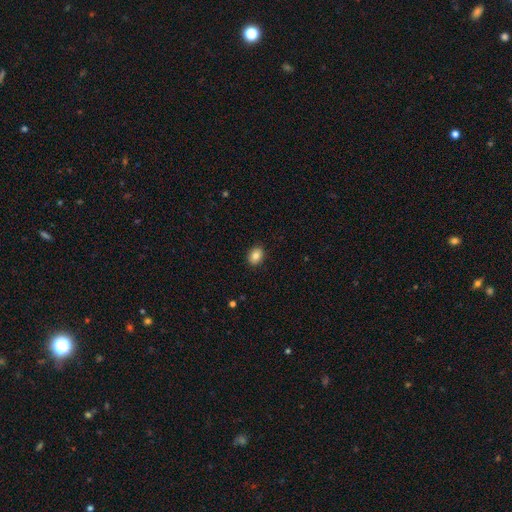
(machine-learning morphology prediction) Smooth or featured?
  - smooth: 84% *
  - star or artifact: 9%
  - featured or disk: 7%
How rounded?
  - in between: 57% *
  - round: 42%
  - cigar-shaped: 1%
Merging?
  - none: 90% *
  - minor disturbance: 7%
  - major disturbance: 2%
  - merger: 1%